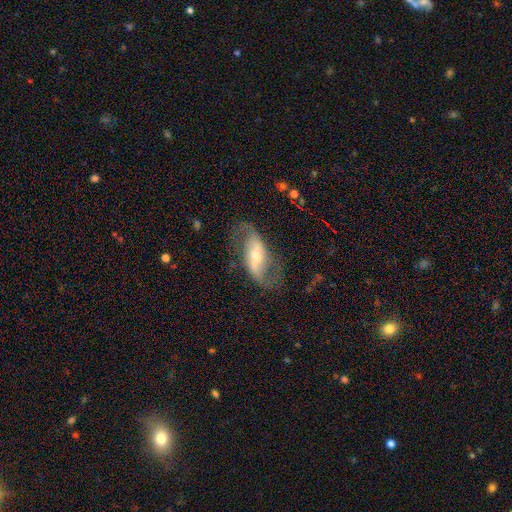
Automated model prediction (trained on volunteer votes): Overall: featured or disk (83%). Edge-on disk: no (93%). Bar: strong (40%; weak 36%). Spiral arms: yes (91%). Spiral arm count: 2 (90%). Spiral winding: loose (64%; medium 28%). Bulge size: small (48%; moderate 45%). Merging: none (70%).